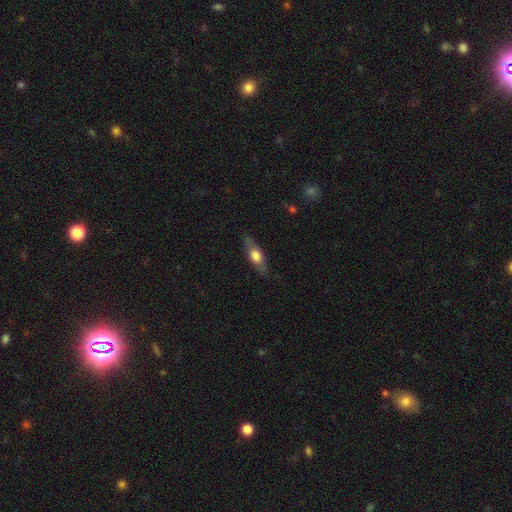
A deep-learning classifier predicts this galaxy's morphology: Overall: smooth (52%; featured or disk 42%). How rounded: in between (54%; cigar-shaped 42%). Merging: none (80%).